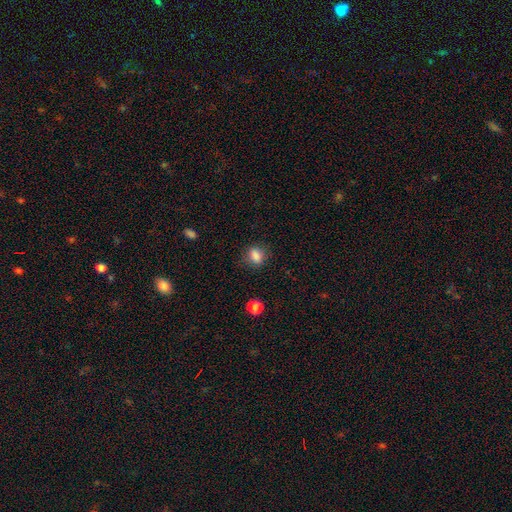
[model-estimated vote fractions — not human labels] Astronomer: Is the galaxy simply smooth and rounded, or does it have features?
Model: smooth — 85%.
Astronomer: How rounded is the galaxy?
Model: in between — 59% (runner-up: round, 39%).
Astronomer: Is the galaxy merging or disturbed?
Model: none — 78%.